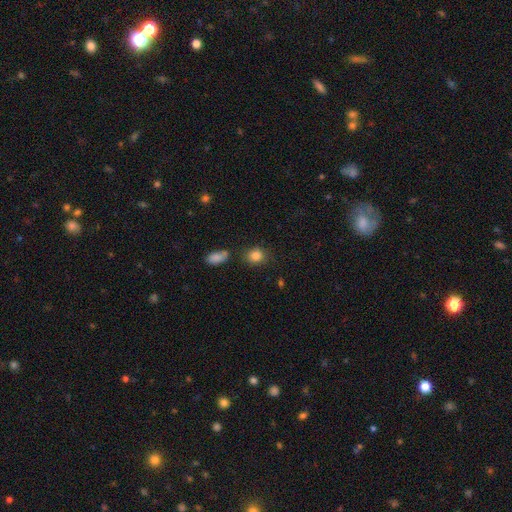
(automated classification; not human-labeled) Smooth or featured? smooth (84%)
How rounded? round (66%)
Merging? none (79%)